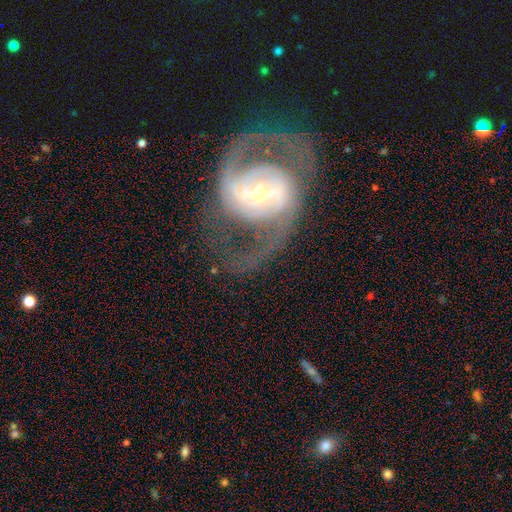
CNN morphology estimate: This is clearly a featured or disk galaxy (88%). It is clearly not viewed edge-on (97%). Bar: marginally strong (36%). Spiral arm pattern: clearly yes (94%). Spiral arm count: clearly 2 (90%). Spiral winding: possibly medium (55%). Central bulge: possibly small (53%). Merging: likely none (72%).